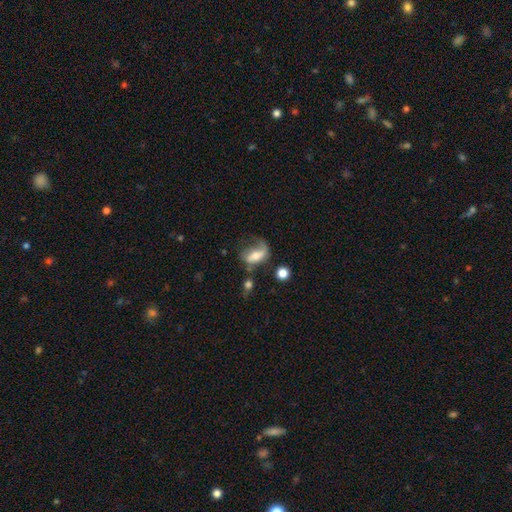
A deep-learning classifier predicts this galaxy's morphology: smooth 47%, featured or disk 43%, star or artifact 9%. Down the decision tree: merging — major disturbance (35%).